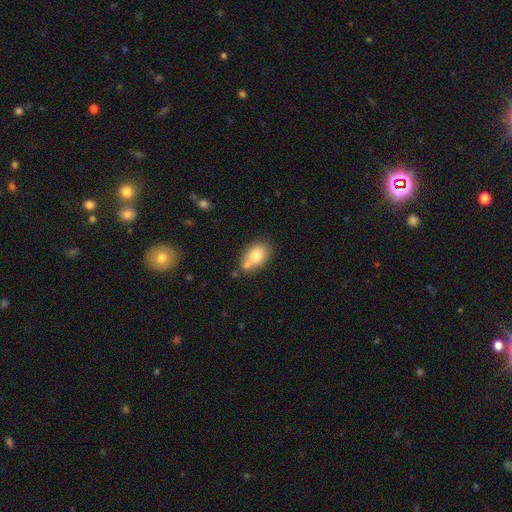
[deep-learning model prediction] A smooth galaxy with no disk features (76%) that is in between round and cigar-shaped (79%).

Vote fractions:
- Smooth or featured? smooth: 76% / featured or disk: 16% / star or artifact: 8%
- How rounded? in between: 79% / round: 20% / cigar-shaped: 1%
- Merging? none: 51% / merger: 29% / minor disturbance: 16% / major disturbance: 4%